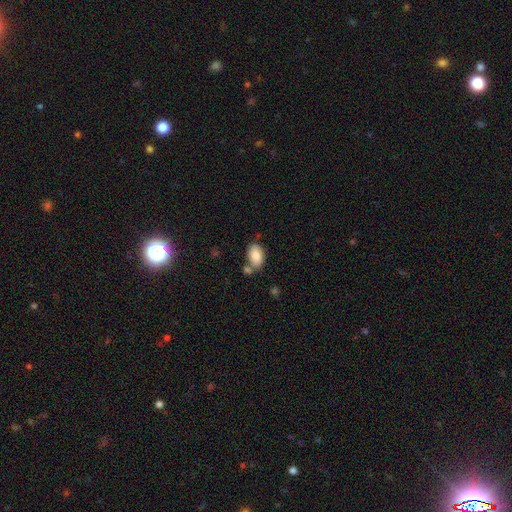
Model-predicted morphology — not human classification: Smooth or featured?
  - smooth: 85% *
  - featured or disk: 8%
  - star or artifact: 7%
How rounded?
  - in between: 92% *
  - round: 7%
  - cigar-shaped: 1%
Merging?
  - none: 60% *
  - merger: 20%
  - minor disturbance: 16%
  - major disturbance: 4%